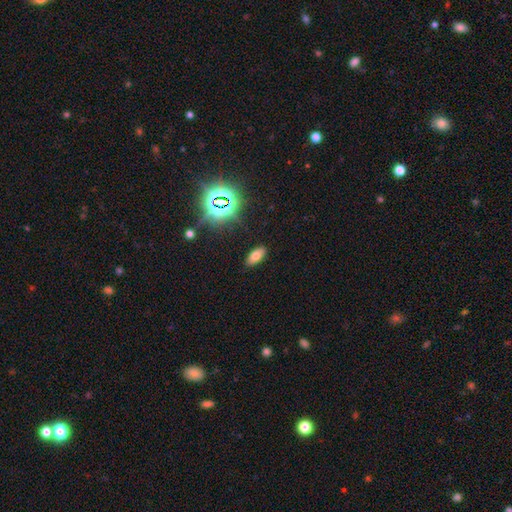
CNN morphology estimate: Q: Smooth or featured?
A: smooth (67%); runner-up: star or artifact (20%)
Q: How rounded?
A: in between (88%); runner-up: cigar-shaped (8%)
Q: Merging?
A: none (88%); runner-up: minor disturbance (9%)